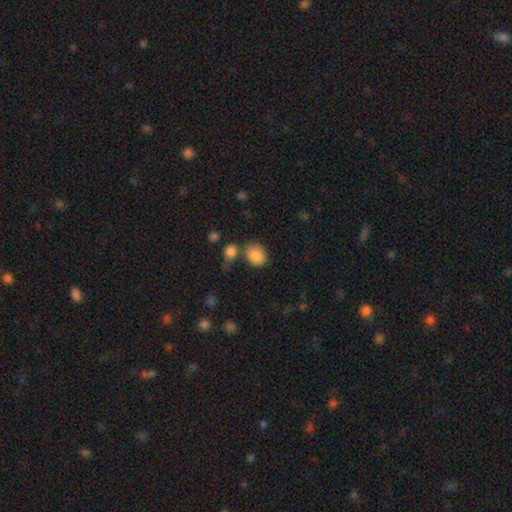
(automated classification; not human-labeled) Smooth or featured? smooth (85%)
How rounded? round (51%)
Merging? none (66%)